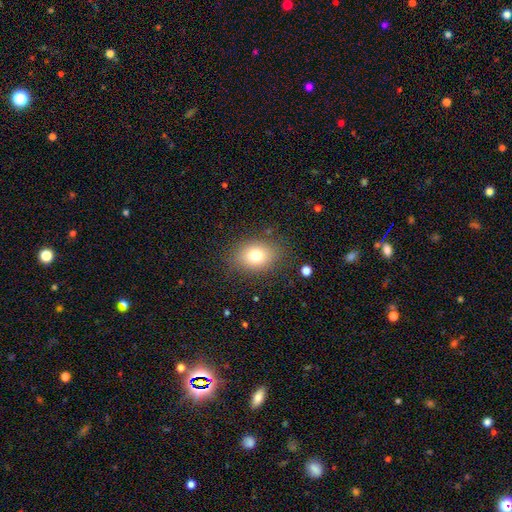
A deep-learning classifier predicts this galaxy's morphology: smooth 75%, featured or disk 12%, star or artifact 12%. Down the decision tree: how rounded — in between (60%); merging — none (84%).